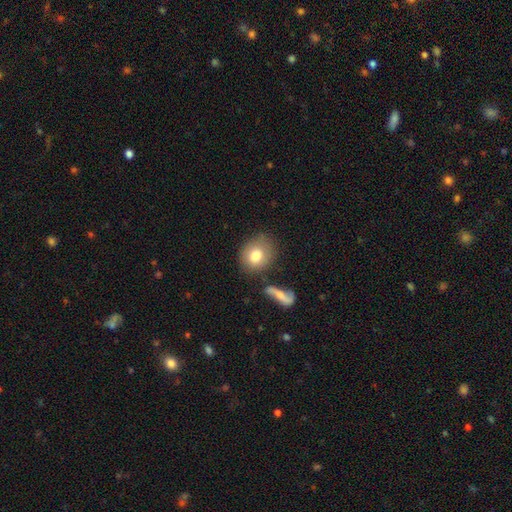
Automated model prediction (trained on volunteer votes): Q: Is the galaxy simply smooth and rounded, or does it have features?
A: smooth — 79%.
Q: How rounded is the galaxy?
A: round — 67%.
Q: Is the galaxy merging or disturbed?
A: none — 69%.